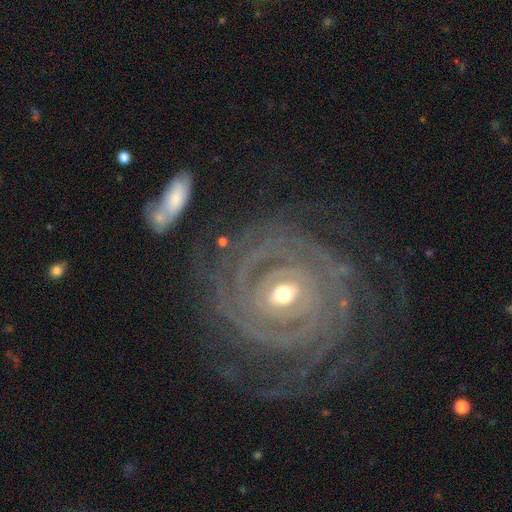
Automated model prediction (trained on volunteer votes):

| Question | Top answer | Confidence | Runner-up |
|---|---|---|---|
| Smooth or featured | featured or disk | 90% | star or artifact (6%) |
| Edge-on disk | no | 97% | yes (3%) |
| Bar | no | 48% | weak (31%) |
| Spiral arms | yes | 97% | no (3%) |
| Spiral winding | tight | 87% | medium (11%) |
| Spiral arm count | can't tell | 25% | 3 (19%) |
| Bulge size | moderate | 53% | small (43%) |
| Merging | none | 72% | minor disturbance (15%) |